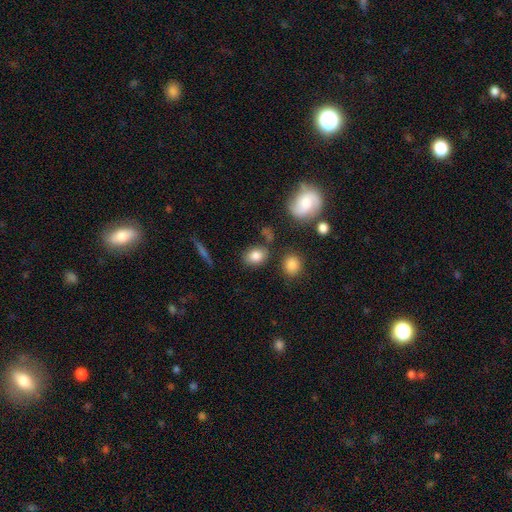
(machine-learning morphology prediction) Overall: smooth (82%). How rounded: in between (67%; round 31%). Merging: none (74%).